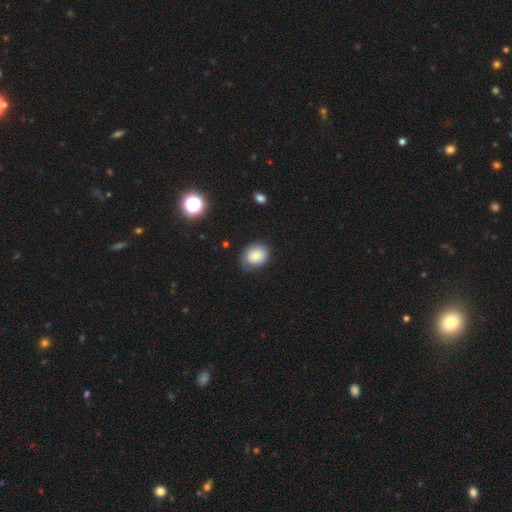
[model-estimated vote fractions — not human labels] The model was most divided on "how rounded": round: 54%, in between: 45%, cigar-shaped: 1%. More confident: smooth or featured — smooth (83%); merging — none (71%).